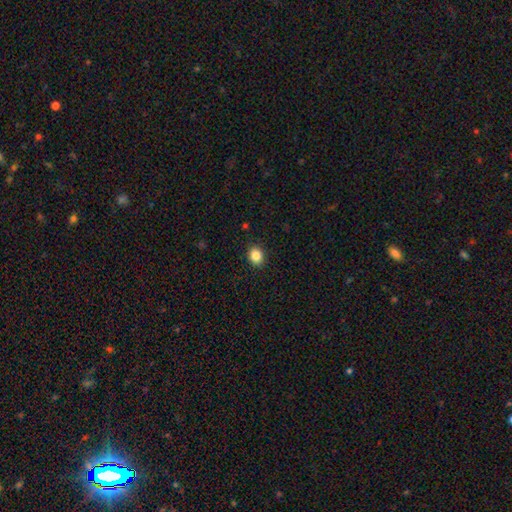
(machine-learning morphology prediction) Smooth or featured? smooth (86%)
How rounded? round (58%)
Merging? none (90%)